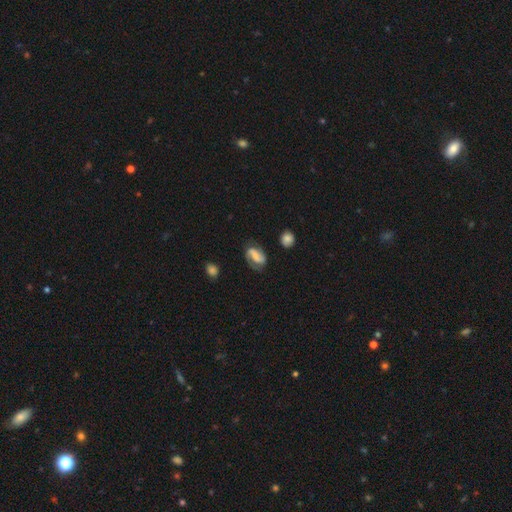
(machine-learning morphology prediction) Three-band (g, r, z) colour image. It shows a featured or disk galaxy (67%) with a weak bar (39%), 2 (85%) medium (44%) spiral arms (92%) and no central bulge (39%). Merging: none (70%).